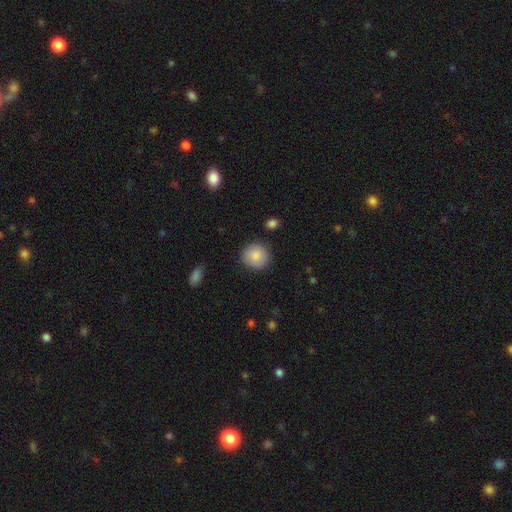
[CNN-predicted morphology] This is clearly a smooth galaxy (87%). How rounded: clearly round (90%). Merging: clearly none (89%).